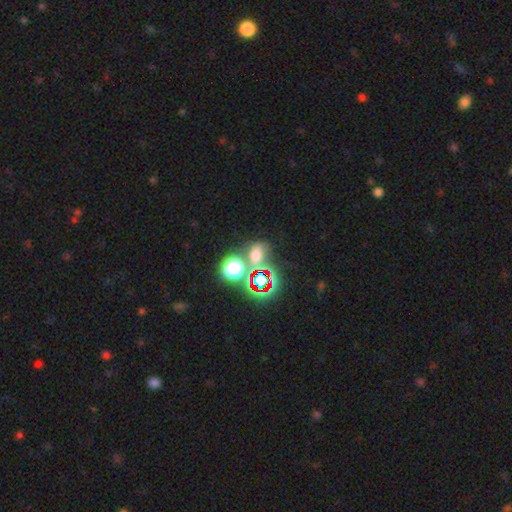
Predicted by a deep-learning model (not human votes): Morphology: type=smooth (48%); merging=none (53%).